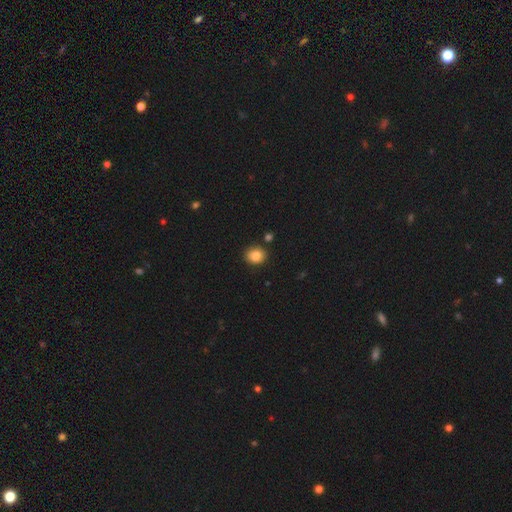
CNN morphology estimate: smooth 86%, star or artifact 9%, featured or disk 4%. Down the decision tree: how rounded — round (69%); merging — none (85%).